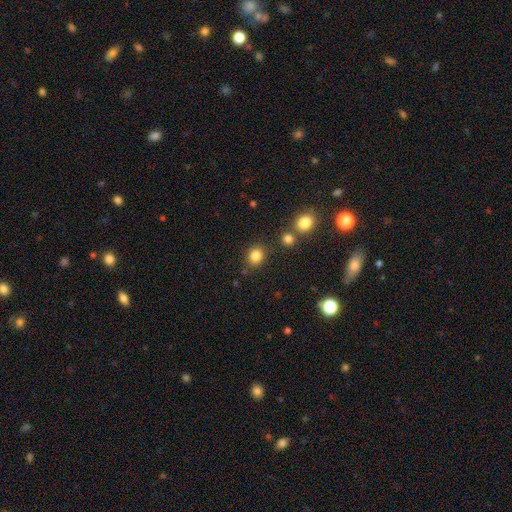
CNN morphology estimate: smooth-or-featured: smooth: 83% | star or artifact: 12% | featured or disk: 5%
  how-rounded: round: 74% | in between: 26% | cigar-shaped: 1%
  merging: none: 78% | minor disturbance: 10% | merger: 8% | major disturbance: 4%